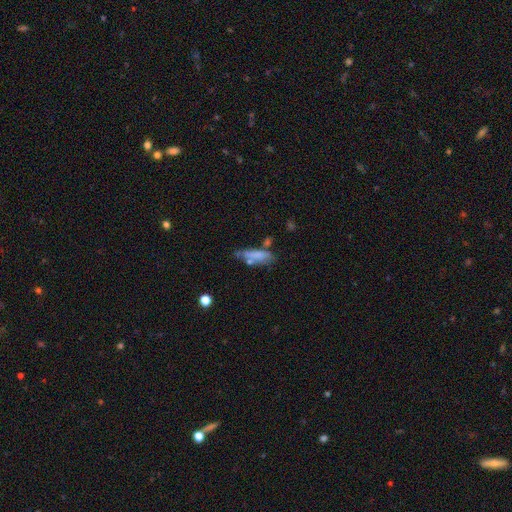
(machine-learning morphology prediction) This appears to be a smooth galaxy with no disk features (65%) that is cigar-shaped (55%). Merging: none (46%).